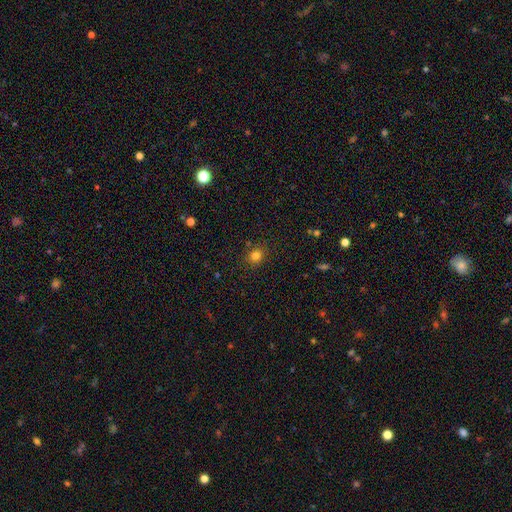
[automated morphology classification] A smooth galaxy with no disk features (80%) that is round (70%).

Vote fractions:
- Smooth or featured? smooth: 80% / star or artifact: 14% / featured or disk: 6%
- How rounded? round: 70% / in between: 29% / cigar-shaped: 1%
- Merging? none: 85% / minor disturbance: 10% / major disturbance: 3% / merger: 2%